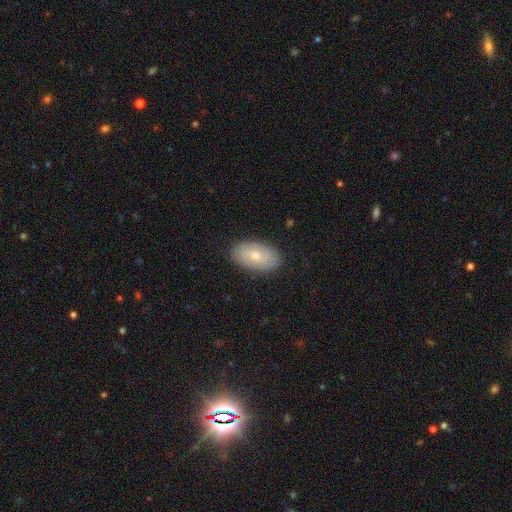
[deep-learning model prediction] smooth_or_featured: featured or disk (p=0.50) [alt: smooth p=0.43]
disk_edge_on: no (p=0.94) [alt: yes p=0.06]
merging: none (p=0.85) [alt: minor disturbance p=0.11]